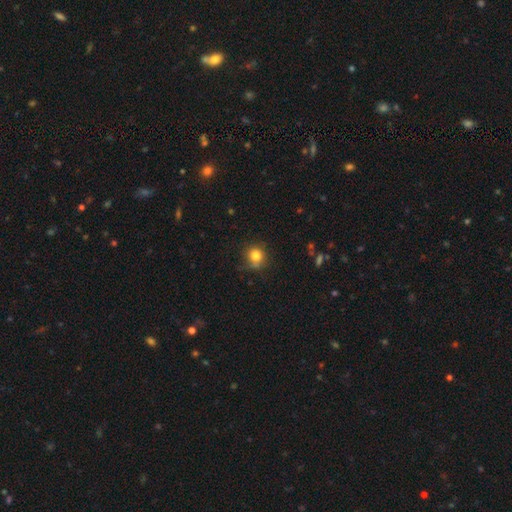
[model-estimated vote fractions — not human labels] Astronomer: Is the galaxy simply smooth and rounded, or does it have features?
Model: smooth — 82%.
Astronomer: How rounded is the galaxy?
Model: round — 87%.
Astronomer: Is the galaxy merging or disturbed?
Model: none — 76%.